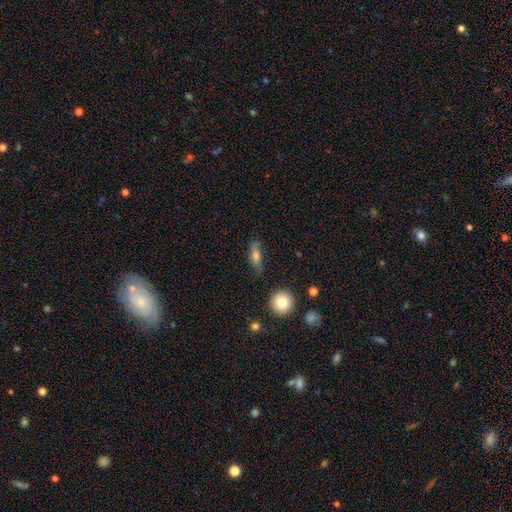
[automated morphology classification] The model was most divided on "how rounded": in between: 66%, cigar-shaped: 26%, round: 7%. More confident: merging — none (69%); smooth or featured — smooth (66%).